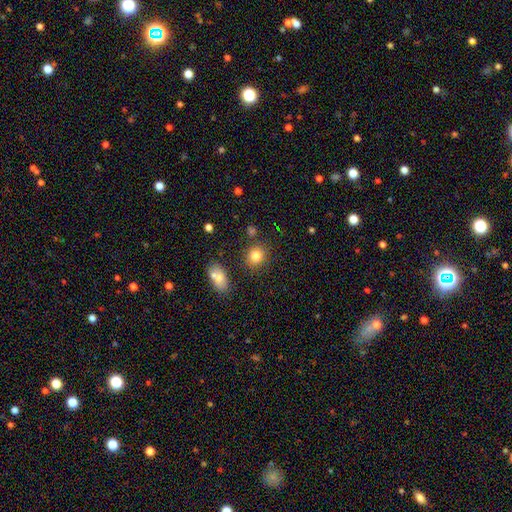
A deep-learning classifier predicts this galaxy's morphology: Smooth or featured: smooth — 82% (star or artifact — 11%)
How rounded: round — 76% (in between — 23%)
Merging: none — 80% (minor disturbance — 10%)